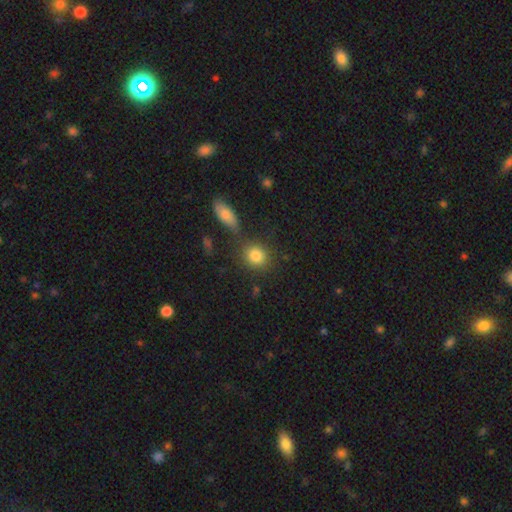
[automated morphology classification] smooth_or_featured: smooth (p=0.83) [alt: star or artifact p=0.10]
how_rounded: round (p=0.74) [alt: in between p=0.24]
merging: none (p=0.72) [alt: merger p=0.14]